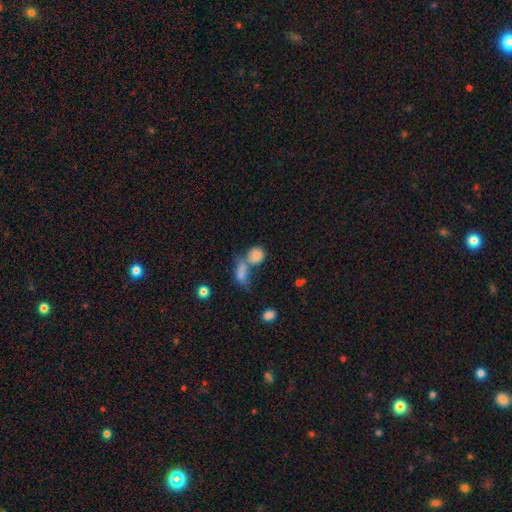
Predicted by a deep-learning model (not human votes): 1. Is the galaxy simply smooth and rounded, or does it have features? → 80% smooth, 10% featured or disk, 10% star or artifact.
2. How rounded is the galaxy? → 55% round, 41% in between, 3% cigar-shaped.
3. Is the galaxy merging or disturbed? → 57% merger, 27% none, 9% minor disturbance, 7% major disturbance.